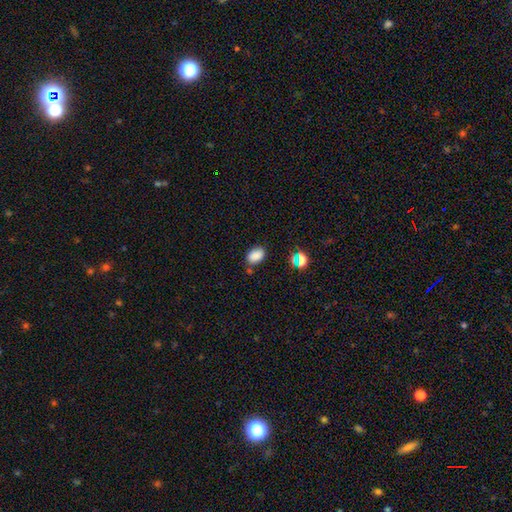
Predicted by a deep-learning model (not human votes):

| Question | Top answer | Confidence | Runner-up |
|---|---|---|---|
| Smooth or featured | smooth | 83% | star or artifact (13%) |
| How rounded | in between | 86% | round (13%) |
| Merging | none | 74% | minor disturbance (16%) |